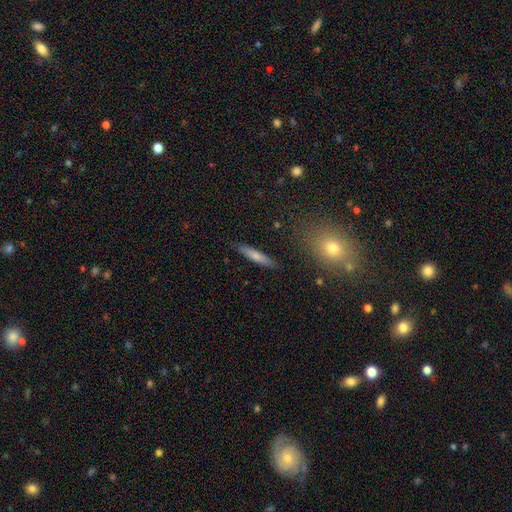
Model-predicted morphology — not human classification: smooth-or-featured: smooth: 70% | featured or disk: 23% | star or artifact: 7%
  how-rounded: cigar-shaped: 86% | in between: 12% | round: 2%
  merging: none: 87% | minor disturbance: 9% | major disturbance: 2% | merger: 2%